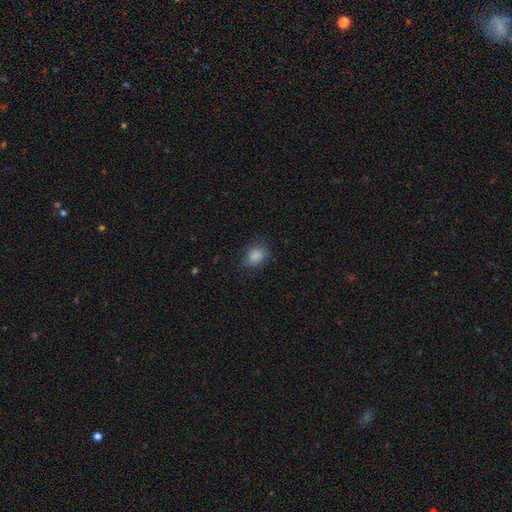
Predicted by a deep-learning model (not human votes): The model was most divided on "how rounded": in between: 64%, round: 35%, cigar-shaped: 1%. More confident: smooth or featured — smooth (85%); merging — none (73%).